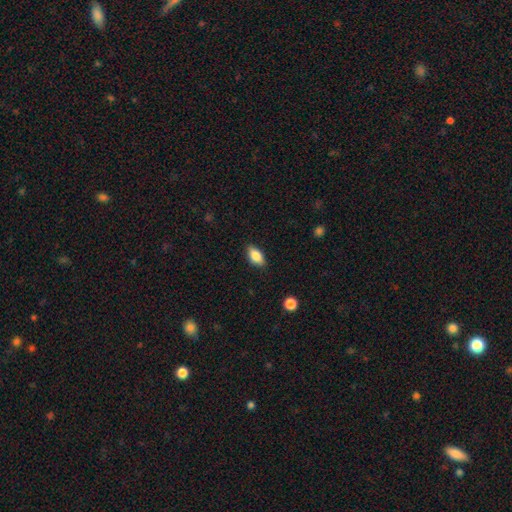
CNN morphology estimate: A smooth galaxy with no disk features (84%) that is in between round and cigar-shaped (90%). Merging: none (85%).